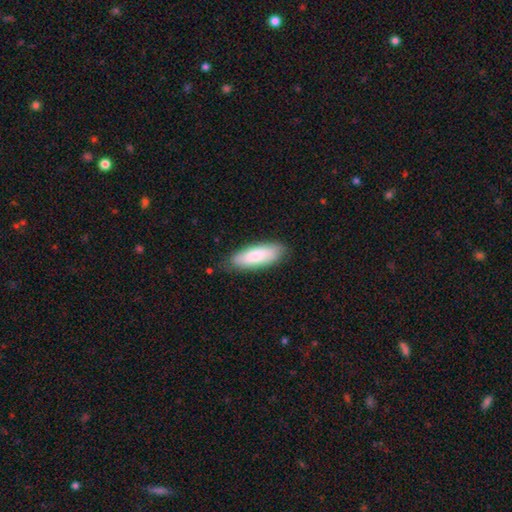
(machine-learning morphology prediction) Smooth or featured? Predicted: smooth (p=0.79). How rounded? Predicted: in between (p=0.64). Merging? Predicted: none (p=0.81).